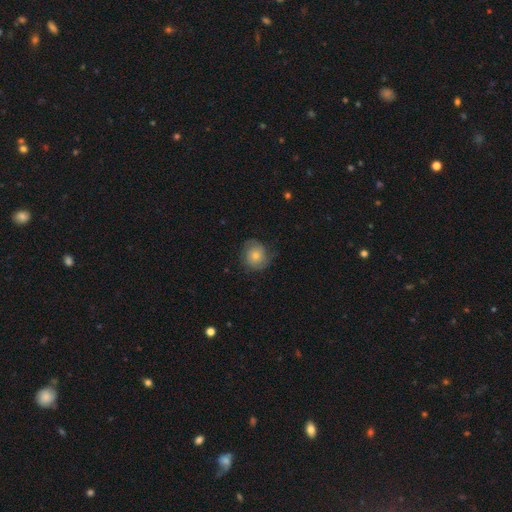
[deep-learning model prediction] Q: Smooth or featured?
A: smooth (60%); runner-up: featured or disk (32%)
Q: How rounded?
A: round (83%); runner-up: in between (16%)
Q: Merging?
A: none (68%); runner-up: minor disturbance (23%)